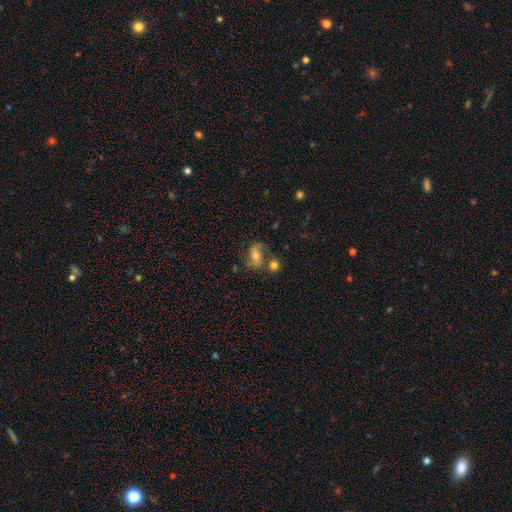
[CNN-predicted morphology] Smooth or featured? smooth (44%)
Merging? none (48%)